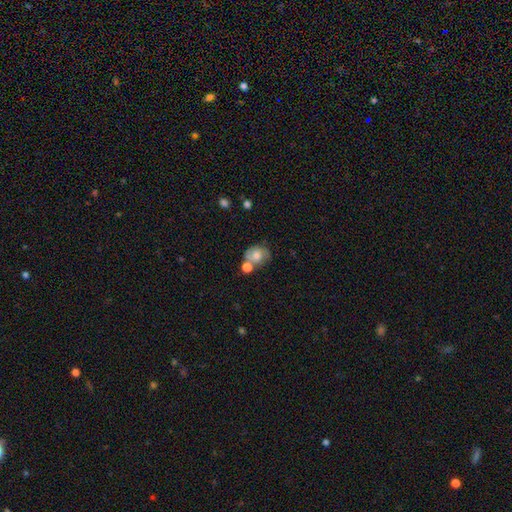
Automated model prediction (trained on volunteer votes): The model was most divided on "merging": none: 40%, merger: 32%, minor disturbance: 19%, major disturbance: 9%. More confident: smooth or featured — smooth (55%); how rounded — round (54%).